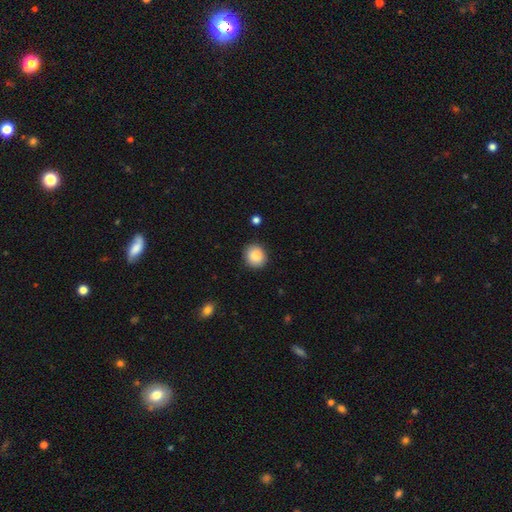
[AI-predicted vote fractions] Smooth or featured? Predicted: smooth (p=0.85). How rounded? Predicted: round (p=0.84). Merging? Predicted: none (p=0.91).